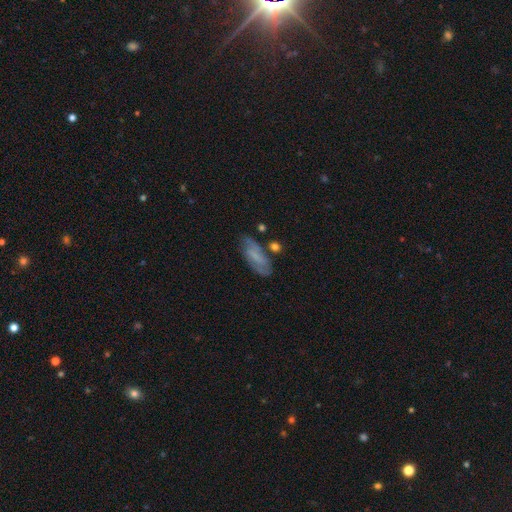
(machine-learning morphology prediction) This appears to be a smooth galaxy with no disk features (46%). Merging: none (65%).